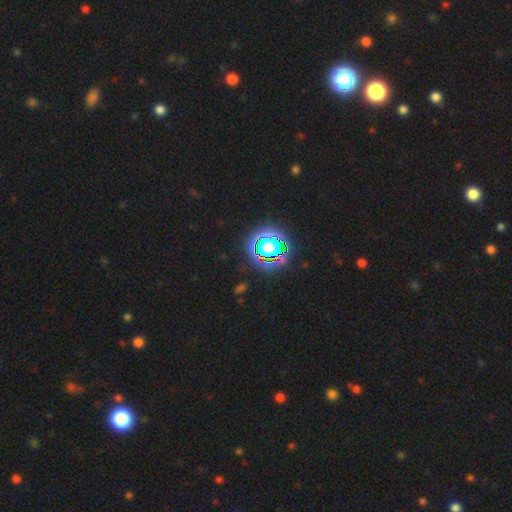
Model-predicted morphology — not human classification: smooth-or-featured: star or artifact: 80% | smooth: 13% | featured or disk: 7%